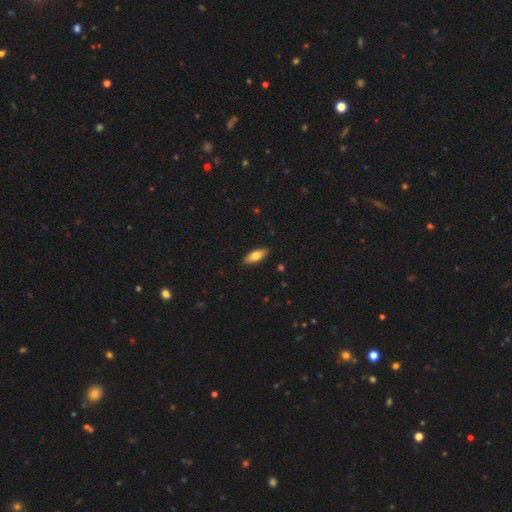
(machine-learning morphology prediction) Q: Smooth or featured?
A: smooth (73%); runner-up: featured or disk (21%)
Q: How rounded?
A: in between (74%); runner-up: cigar-shaped (24%)
Q: Merging?
A: none (89%); runner-up: minor disturbance (8%)